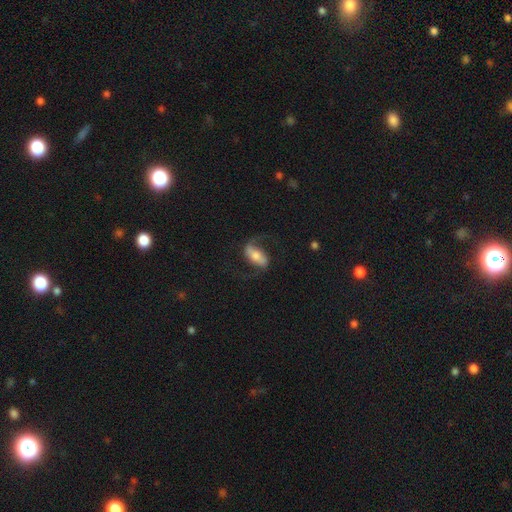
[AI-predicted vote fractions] Overall: featured or disk (65%; smooth 28%). Edge-on disk: no (91%). Bar: strong (51%; weak 27%). Spiral arms: yes (88%). Spiral arm count: 2 (87%). Spiral winding: loose (59%; medium 32%). Bulge size: moderate (52%; small 26%). Merging: none (65%).